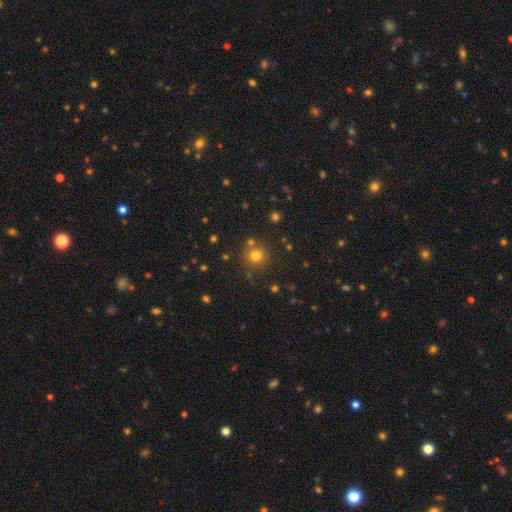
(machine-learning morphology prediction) This appears to be a smooth galaxy with no disk features (75%) that is round (93%). Merging: none (78%).